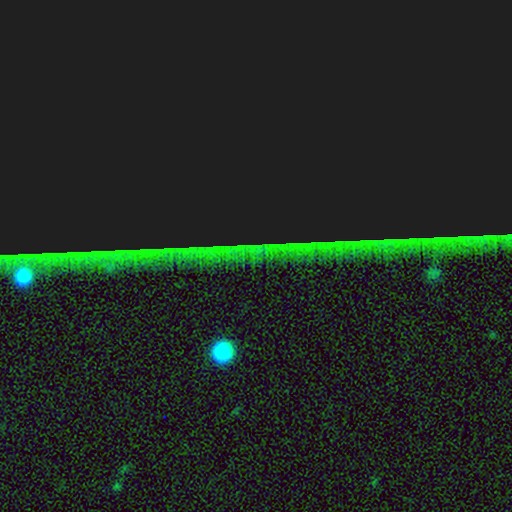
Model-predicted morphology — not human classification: smooth-or-featured: star or artifact: 86% | featured or disk: 7% | smooth: 7%